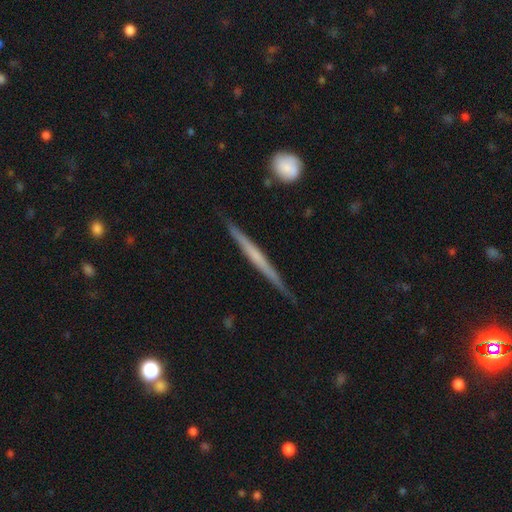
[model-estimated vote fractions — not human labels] featured or disk 63%, smooth 32%, star or artifact 6%. Down the decision tree: edge-on disk — yes (97%); edge-on bulge — none (72%); merging — none (87%).